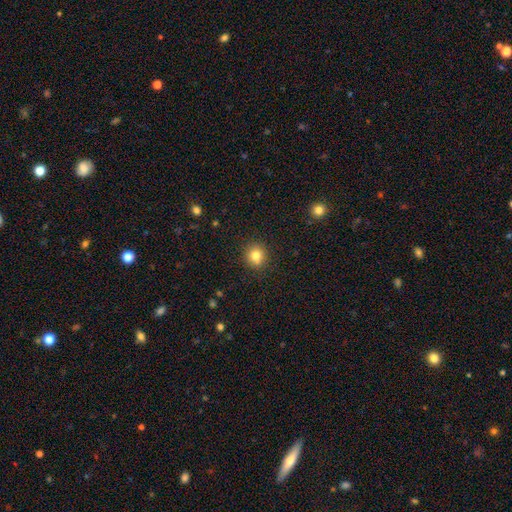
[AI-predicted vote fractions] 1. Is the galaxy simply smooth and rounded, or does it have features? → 80% smooth, 12% star or artifact, 8% featured or disk.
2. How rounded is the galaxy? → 87% round, 12% in between, 1% cigar-shaped.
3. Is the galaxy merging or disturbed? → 88% none, 8% minor disturbance, 2% major disturbance, 2% merger.